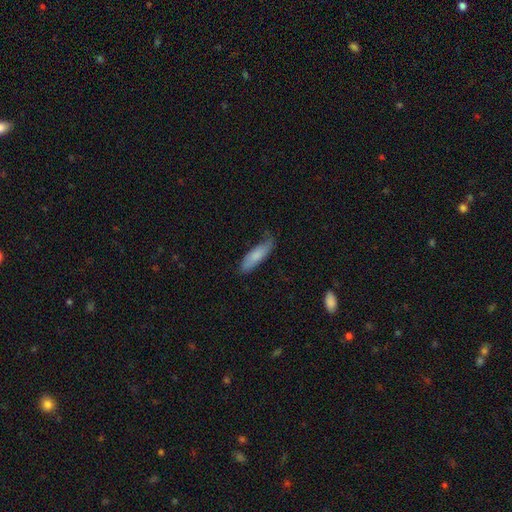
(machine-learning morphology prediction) Smooth or featured?
  - smooth: 79% *
  - featured or disk: 16%
  - star or artifact: 6%
How rounded?
  - cigar-shaped: 61% *
  - in between: 37%
  - round: 2%
Merging?
  - none: 64% *
  - minor disturbance: 29%
  - major disturbance: 6%
  - merger: 2%